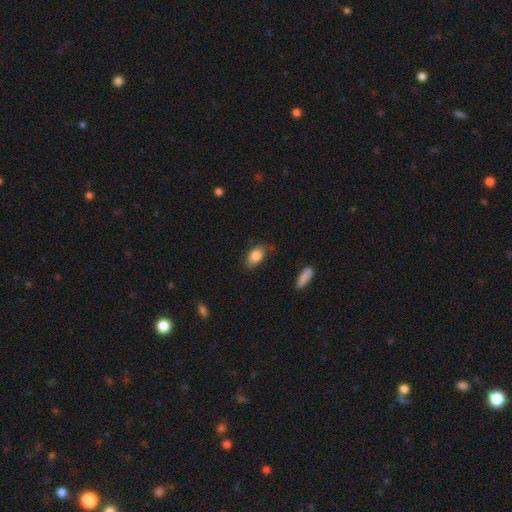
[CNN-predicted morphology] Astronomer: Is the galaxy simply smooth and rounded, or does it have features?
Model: smooth — 82%.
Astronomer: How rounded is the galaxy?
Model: in between — 87%.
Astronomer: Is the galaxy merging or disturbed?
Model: none — 73%.